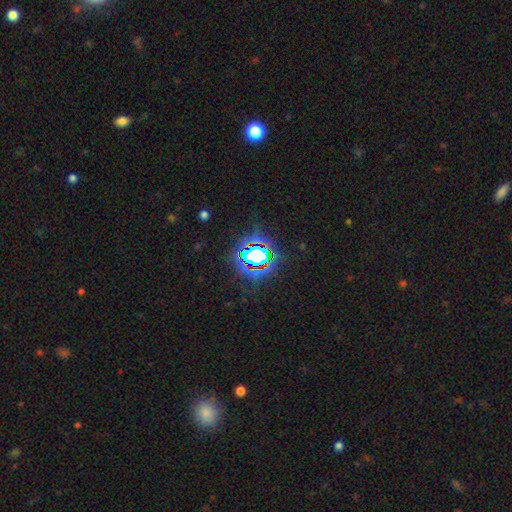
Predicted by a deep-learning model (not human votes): Smooth or featured? star or artifact (73%)